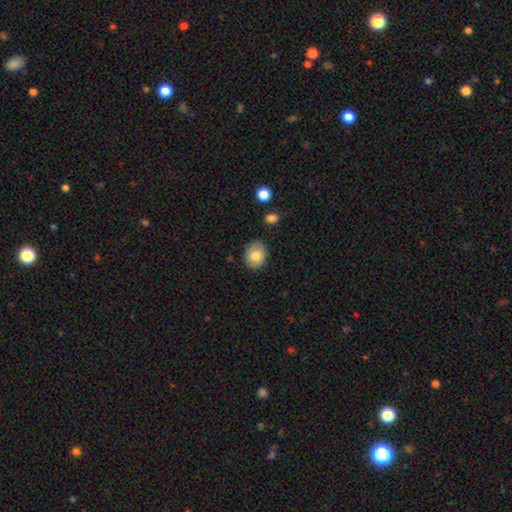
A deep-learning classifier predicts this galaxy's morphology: A smooth galaxy with no disk features (80%) that is round (50%). Merging: none (83%).